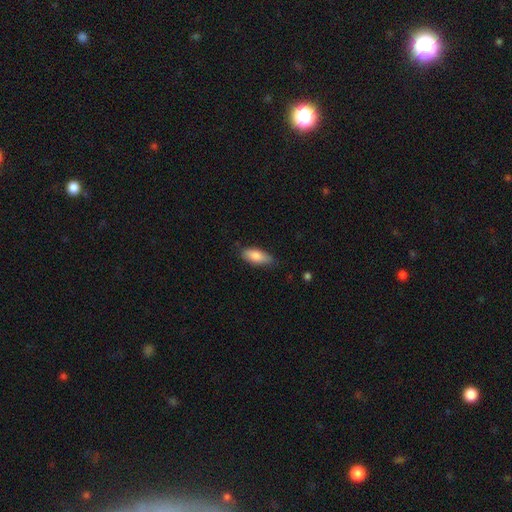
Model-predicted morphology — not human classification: A smooth galaxy with no disk features (83%) that is in between round and cigar-shaped (78%).

Vote fractions:
- Smooth or featured? smooth: 83% / featured or disk: 11% / star or artifact: 6%
- How rounded? in between: 78% / cigar-shaped: 20% / round: 2%
- Merging? none: 77% / minor disturbance: 19% / major disturbance: 3% / merger: 1%